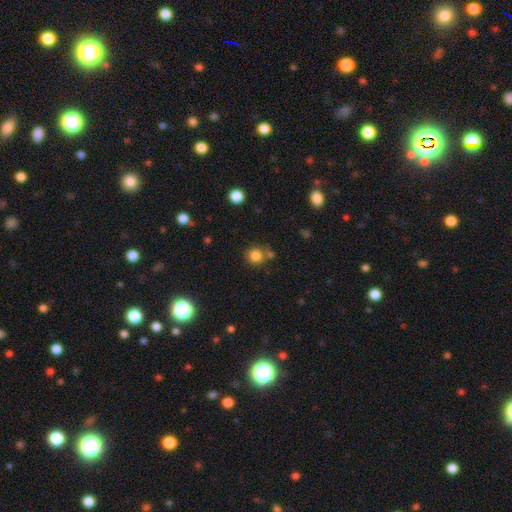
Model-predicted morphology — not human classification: This appears to be a smooth galaxy with no disk features (82%) that is round (90%). Merging: none (72%).